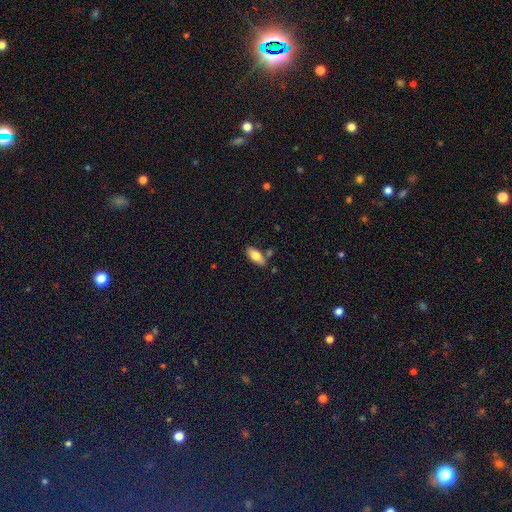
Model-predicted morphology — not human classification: Smooth or featured: smooth — 77% (featured or disk — 17%)
How rounded: in between — 83% (cigar-shaped — 14%)
Merging: none — 75% (minor disturbance — 14%)